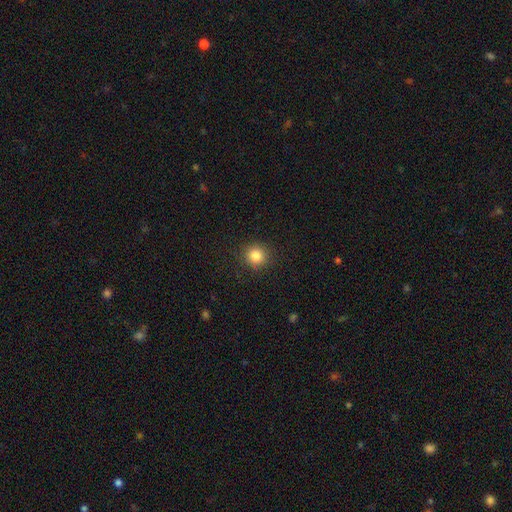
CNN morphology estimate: smooth 84%, star or artifact 11%, featured or disk 5%. Down the decision tree: how rounded — round (91%); merging — none (90%).